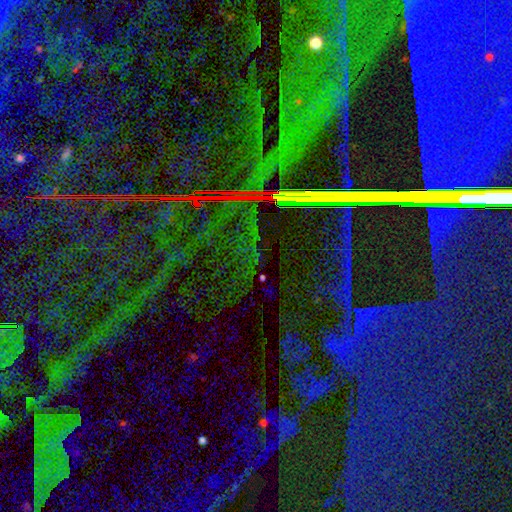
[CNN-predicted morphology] smooth-or-featured: star or artifact: 81% | featured or disk: 10% | smooth: 9%